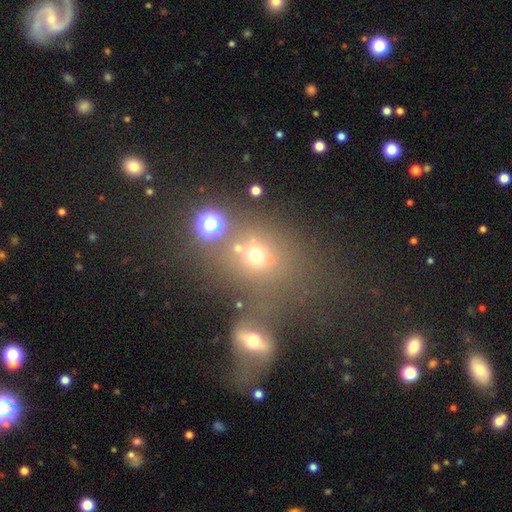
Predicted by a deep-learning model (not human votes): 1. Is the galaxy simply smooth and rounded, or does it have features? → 62% smooth, 25% star or artifact, 13% featured or disk.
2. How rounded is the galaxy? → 77% round, 22% in between, 2% cigar-shaped.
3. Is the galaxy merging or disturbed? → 59% none, 20% merger, 12% minor disturbance, 9% major disturbance.